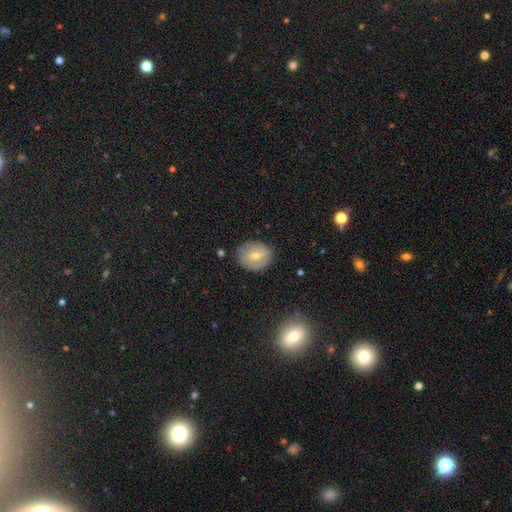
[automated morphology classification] Overall: smooth (56%; featured or disk 35%). How rounded: round (73%). Merging: none (77%).